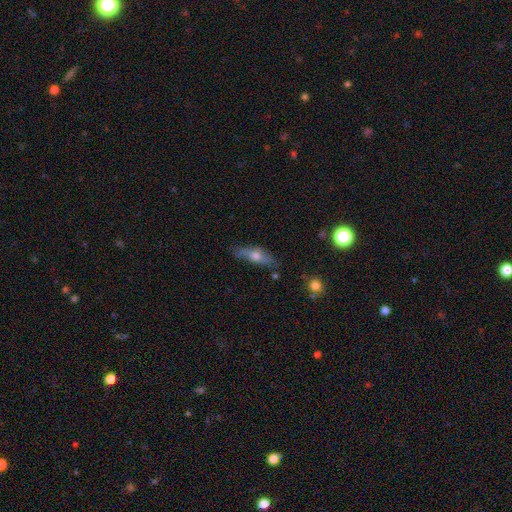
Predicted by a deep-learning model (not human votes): A smooth galaxy with no disk features (47%).

Vote fractions:
- Smooth or featured? smooth: 47% / featured or disk: 44% / star or artifact: 9%
- Merging? none: 69% / minor disturbance: 22% / major disturbance: 6% / merger: 3%